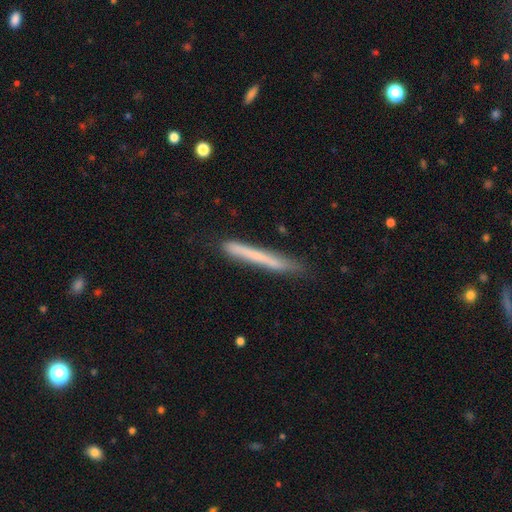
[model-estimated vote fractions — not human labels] Smooth or featured?
  - smooth: 60% *
  - featured or disk: 34%
  - star or artifact: 7%
How rounded?
  - cigar-shaped: 97% *
  - in between: 2%
  - round: 1%
Merging?
  - none: 82% *
  - minor disturbance: 14%
  - major disturbance: 2%
  - merger: 2%